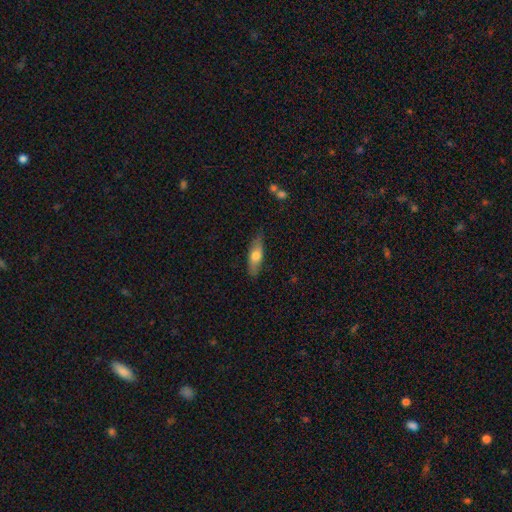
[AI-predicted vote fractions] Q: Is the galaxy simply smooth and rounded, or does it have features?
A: smooth — 65%.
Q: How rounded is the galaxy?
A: in between — 55%.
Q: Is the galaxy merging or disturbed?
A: none — 80%.